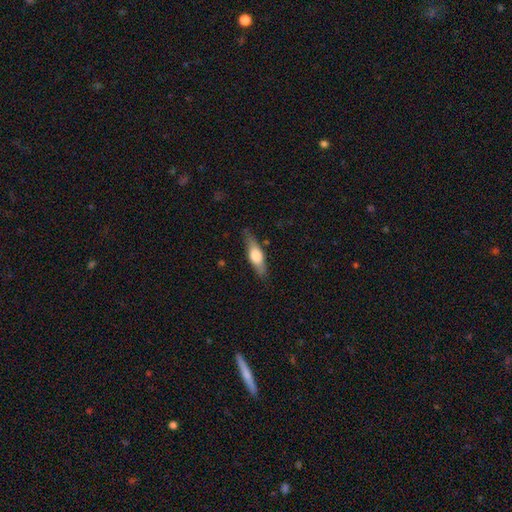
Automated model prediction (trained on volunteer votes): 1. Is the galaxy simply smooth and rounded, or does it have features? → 57% smooth, 37% featured or disk, 6% star or artifact.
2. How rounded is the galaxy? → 52% cigar-shaped, 45% in between, 3% round.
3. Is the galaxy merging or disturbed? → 79% none, 16% minor disturbance, 4% major disturbance, 1% merger.